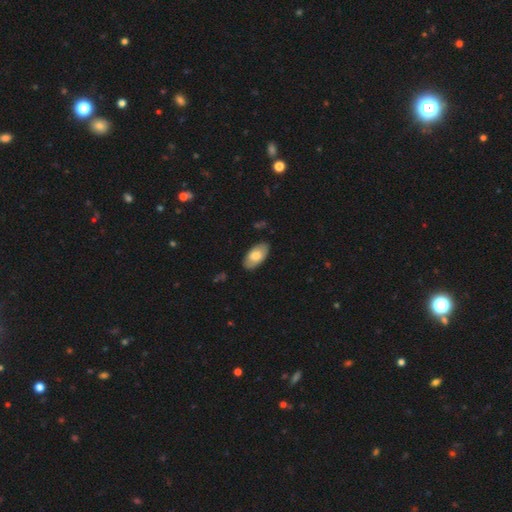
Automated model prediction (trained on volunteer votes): This appears to be a smooth galaxy with no disk features (71%) that is in between round and cigar-shaped (95%). Merging: none (84%).